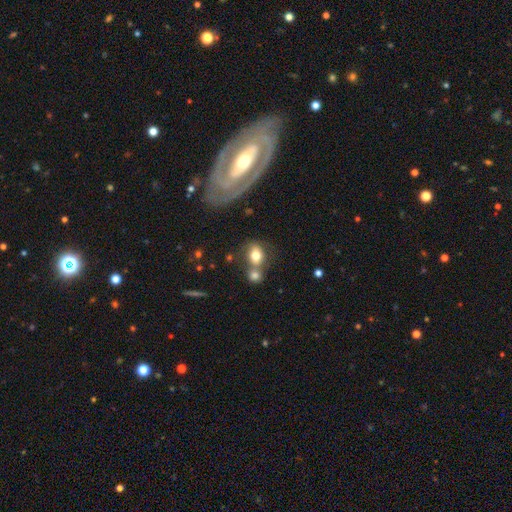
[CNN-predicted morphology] Q: Smooth or featured?
A: smooth (74%); runner-up: featured or disk (16%)
Q: How rounded?
A: in between (61%); runner-up: round (36%)
Q: Merging?
A: merger (42%); runner-up: none (39%)